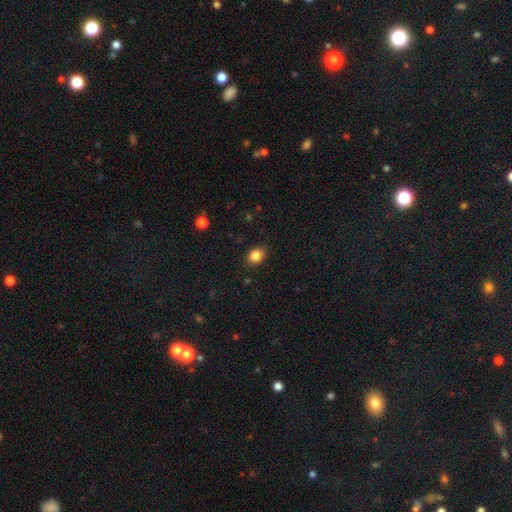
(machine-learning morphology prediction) smooth_or_featured: smooth (p=0.85) [alt: star or artifact p=0.10]
how_rounded: in between (p=0.54) [alt: round p=0.45]
merging: none (p=0.85) [alt: minor disturbance p=0.11]